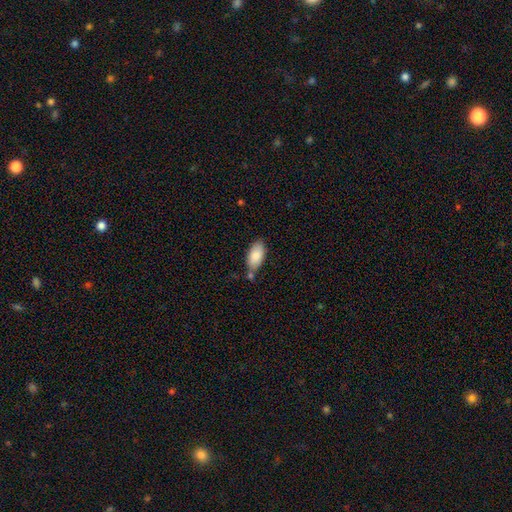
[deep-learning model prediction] Q: Smooth or featured?
A: smooth (86%); runner-up: featured or disk (8%)
Q: How rounded?
A: in between (94%); runner-up: cigar-shaped (4%)
Q: Merging?
A: none (63%); runner-up: minor disturbance (19%)